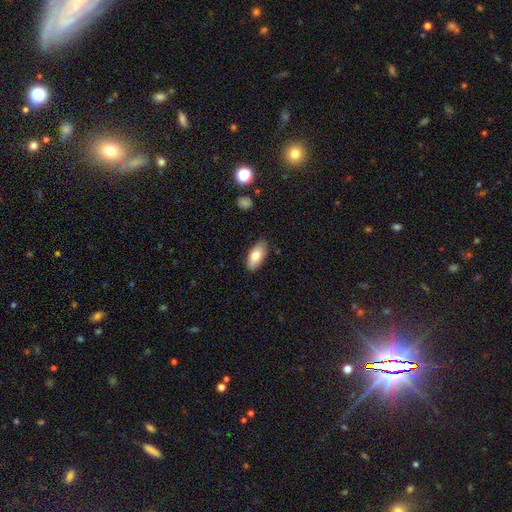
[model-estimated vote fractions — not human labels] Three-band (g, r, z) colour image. It shows a smooth galaxy with no disk features (77%) that is in between round and cigar-shaped (88%). Merging: none (84%).